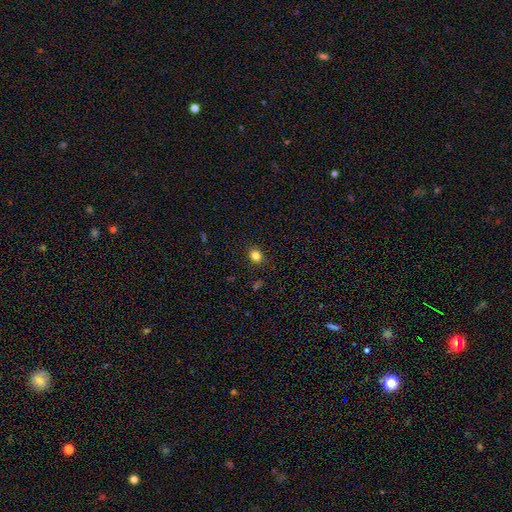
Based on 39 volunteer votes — A smooth galaxy with no disk features (85%) that is round (88%).

Vote fractions:
- Smooth or featured? smooth: 85% / star or artifact: 10% / featured or disk: 5%
- How rounded? round: 88% / in between: 12% / cigar-shaped: 0%
- Merging? none: 94% / minor disturbance: 3% / major disturbance: 3% / merger: 0%